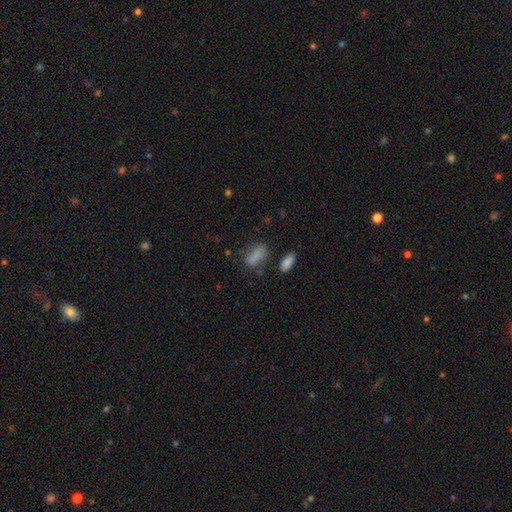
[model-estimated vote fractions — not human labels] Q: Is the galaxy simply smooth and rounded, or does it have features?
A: smooth — 81%.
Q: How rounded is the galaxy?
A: in between — 79%.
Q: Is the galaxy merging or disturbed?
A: none — 61%.